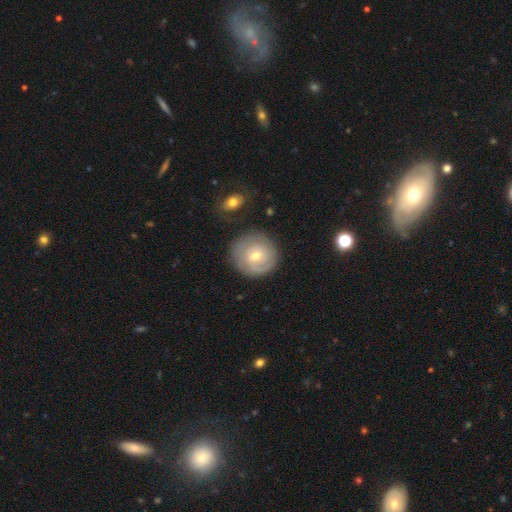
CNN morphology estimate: Smooth or featured: featured or disk — 64% (smooth — 30%)
Edge-on disk: no — 97% (yes — 3%)
Bar: weak — 46% (no — 45%)
Spiral arms: yes — 83% (no — 17%)
Spiral winding: tight — 68% (medium — 23%)
Spiral arm count: 2 — 37% (tied with can't tell — 37%)
Bulge size: moderate — 49% (small — 47%)
Merging: none — 79% (minor disturbance — 14%)